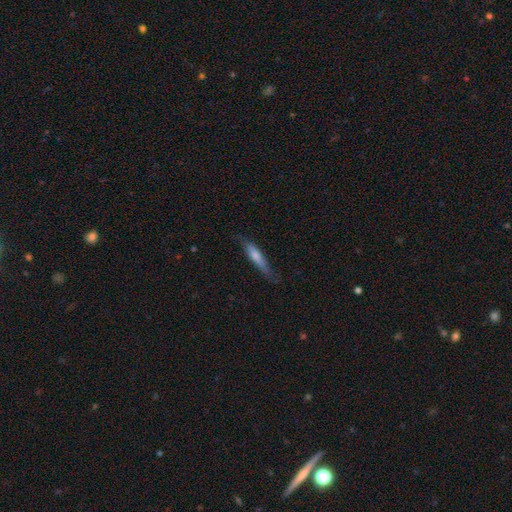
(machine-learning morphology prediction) Q: Smooth or featured?
A: smooth (64%); runner-up: featured or disk (30%)
Q: How rounded?
A: cigar-shaped (85%); runner-up: in between (14%)
Q: Merging?
A: none (71%); runner-up: minor disturbance (22%)